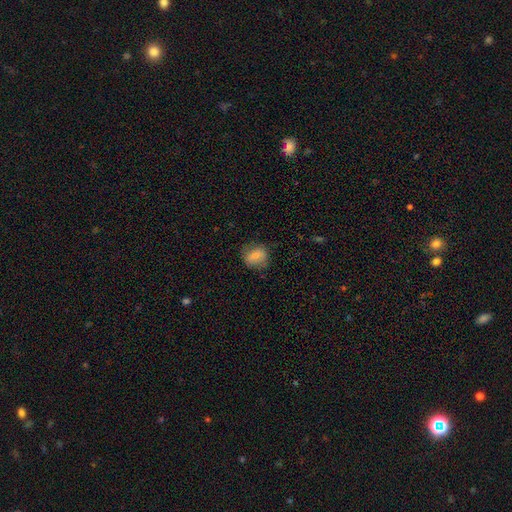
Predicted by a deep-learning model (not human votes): smooth-or-featured: smooth: 71% | featured or disk: 20% | star or artifact: 9%
  how-rounded: round: 61% | in between: 37% | cigar-shaped: 2%
  merging: none: 74% | minor disturbance: 19% | major disturbance: 6% | merger: 1%